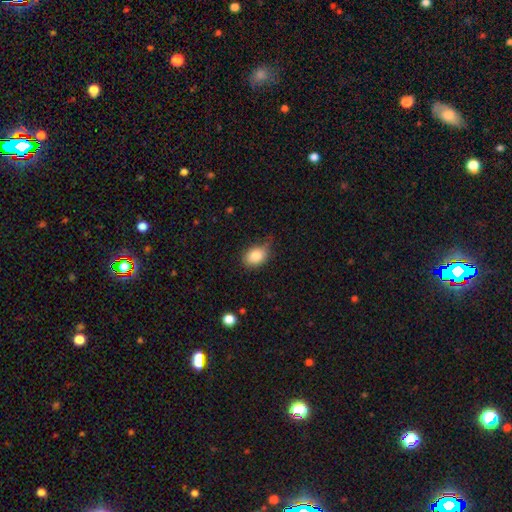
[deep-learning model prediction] Q: Smooth or featured?
A: smooth (83%); runner-up: star or artifact (9%)
Q: How rounded?
A: in between (76%); runner-up: round (23%)
Q: Merging?
A: none (71%); runner-up: minor disturbance (23%)